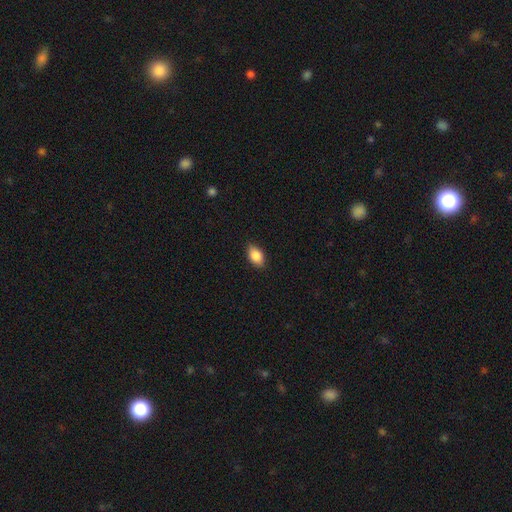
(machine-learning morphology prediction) smooth 85%, star or artifact 7%, featured or disk 7%. Down the decision tree: how rounded — in between (88%); merging — none (86%).